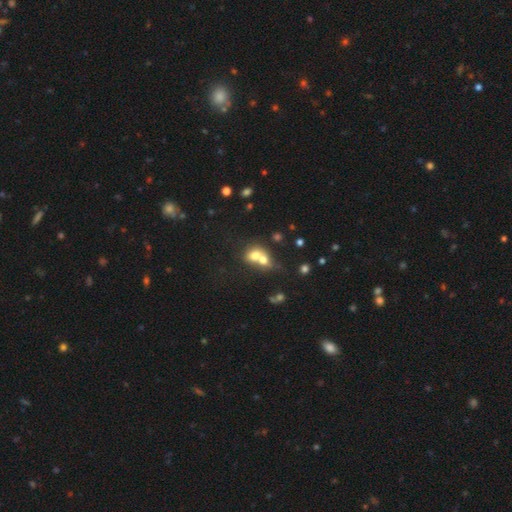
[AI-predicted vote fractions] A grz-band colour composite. It shows a smooth galaxy with no disk features (67%) that is round (54%). Merging: merger (71%).